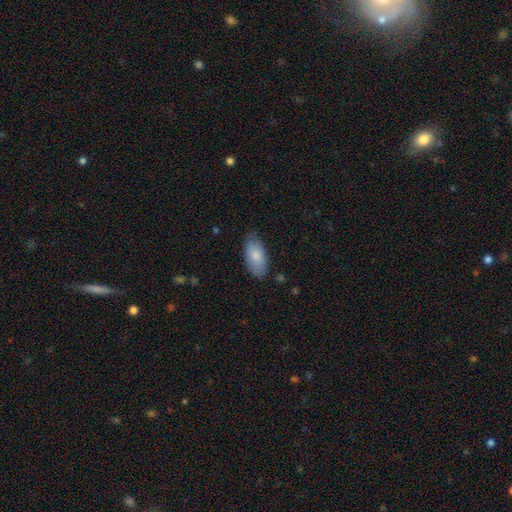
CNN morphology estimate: Smooth or featured? smooth (79%)
How rounded? in between (93%)
Merging? none (78%)